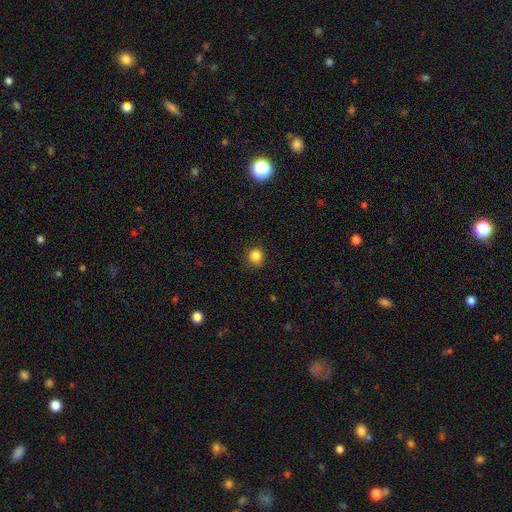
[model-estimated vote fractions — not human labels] Overall: smooth (85%). How rounded: round (91%). Merging: none (89%).